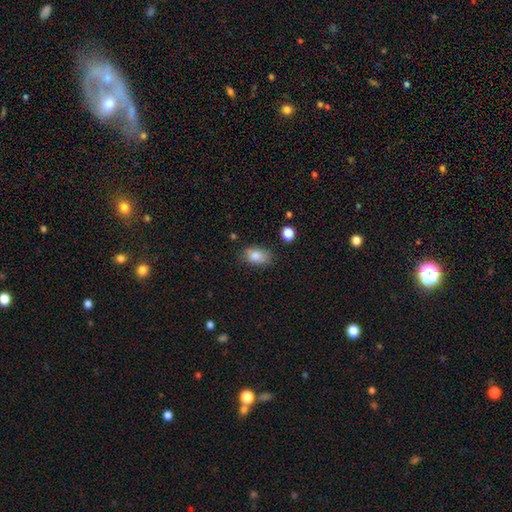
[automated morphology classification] Smooth or featured? Predicted: smooth (p=0.85). How rounded? Predicted: in between (p=0.87). Merging? Predicted: none (p=0.74).